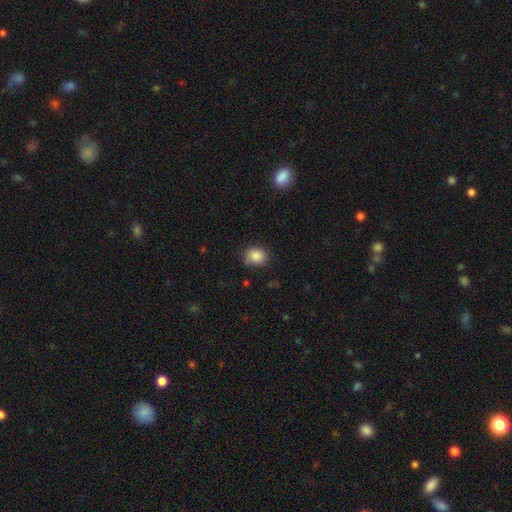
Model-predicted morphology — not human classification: smooth_or_featured: smooth (p=0.86) [alt: star or artifact p=0.09]
how_rounded: round (p=0.59) [alt: in between p=0.40]
merging: none (p=0.80) [alt: minor disturbance p=0.15]